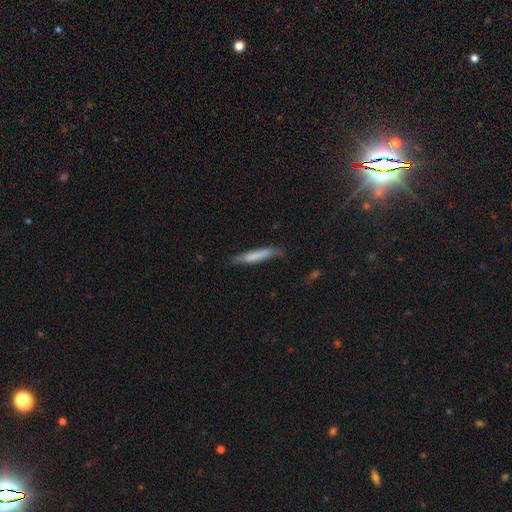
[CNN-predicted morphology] smooth 69%, featured or disk 26%, star or artifact 6%. Down the decision tree: how rounded — cigar-shaped (93%); merging — none (66%).